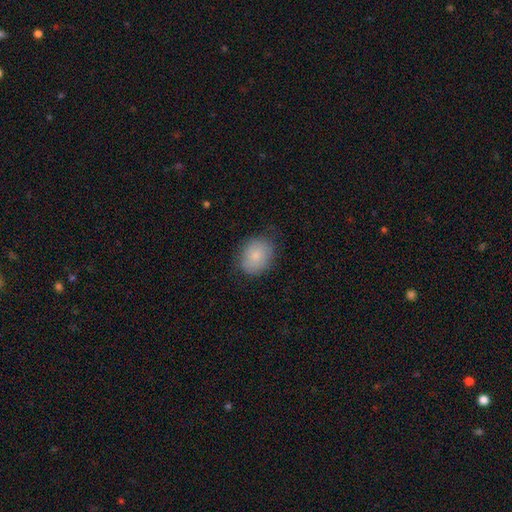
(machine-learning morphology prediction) A smooth galaxy with no disk features (81%) that is round (51%). Merging: none (76%).